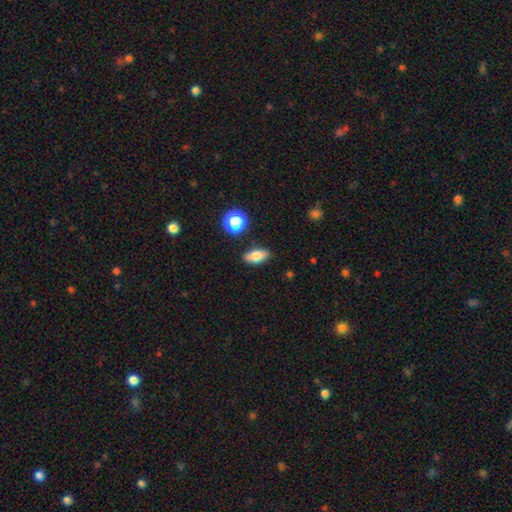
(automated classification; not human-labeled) smooth_or_featured: smooth (p=0.77) [alt: featured or disk p=0.14]
how_rounded: in between (p=0.81) [alt: cigar-shaped p=0.11]
merging: none (p=0.86) [alt: minor disturbance p=0.09]